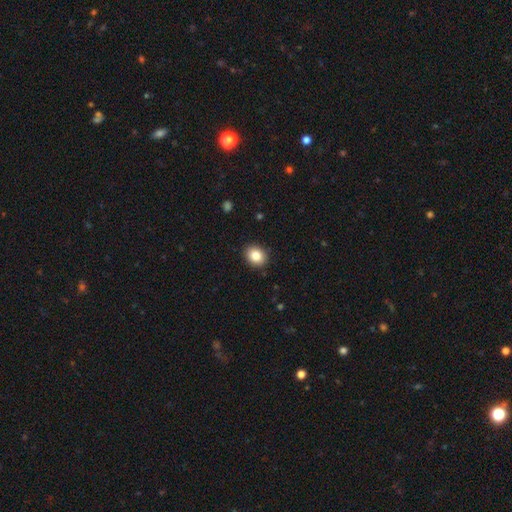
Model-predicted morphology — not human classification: This is clearly a smooth galaxy (84%). How rounded: possibly round (58%). Merging: clearly none (90%).